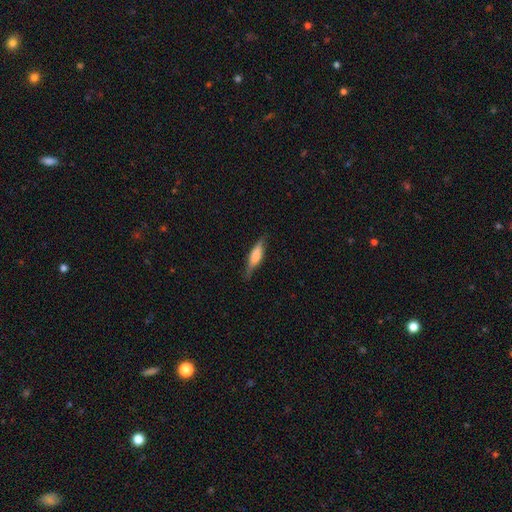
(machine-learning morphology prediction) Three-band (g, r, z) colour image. It shows a smooth galaxy with no disk features (55%) that is cigar-shaped (60%). Merging: none (76%).